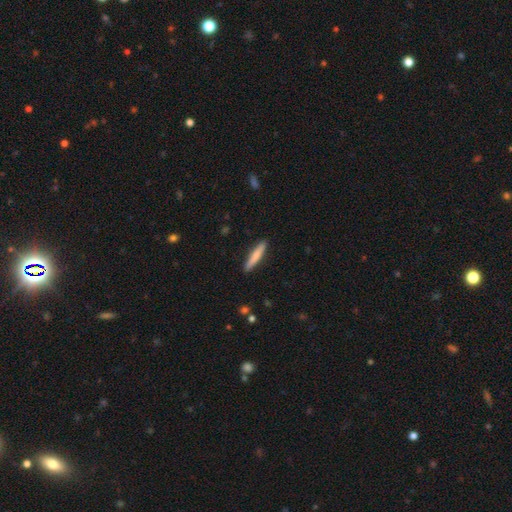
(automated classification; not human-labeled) Smooth or featured?
  - smooth: 76% *
  - featured or disk: 19%
  - star or artifact: 5%
How rounded?
  - cigar-shaped: 91% *
  - in between: 7%
  - round: 1%
Merging?
  - none: 91% *
  - minor disturbance: 7%
  - major disturbance: 1%
  - merger: 1%